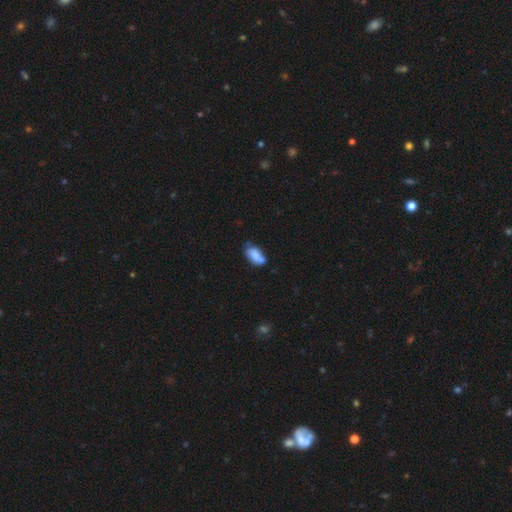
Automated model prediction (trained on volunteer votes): This appears to be a smooth galaxy with no disk features (76%) that is in between round and cigar-shaped (90%). Merging: none (47%).